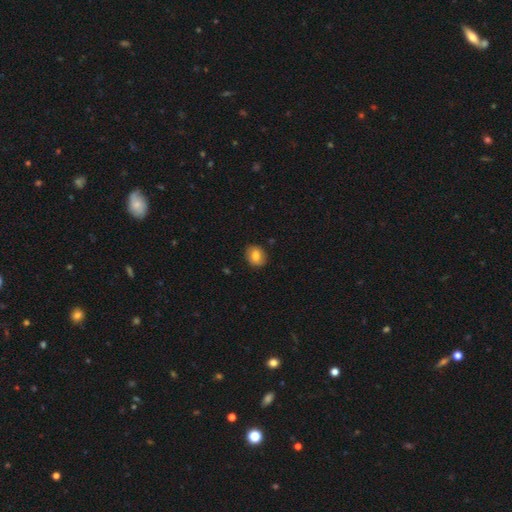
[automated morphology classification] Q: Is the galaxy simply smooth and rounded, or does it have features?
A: smooth — 79%.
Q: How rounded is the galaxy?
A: round — 60%.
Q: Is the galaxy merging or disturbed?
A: none — 87%.